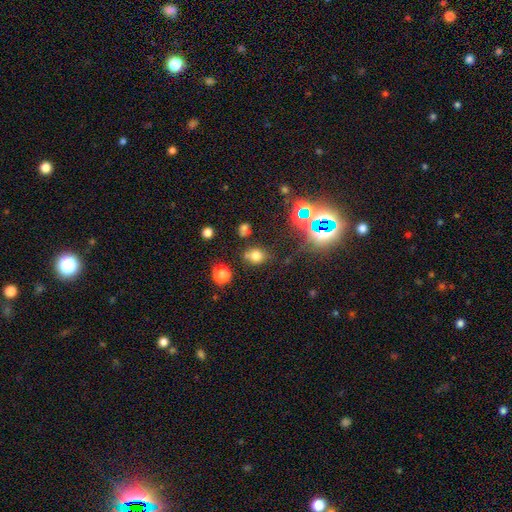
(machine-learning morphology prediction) Q: Smooth or featured?
A: smooth (68%); runner-up: star or artifact (23%)
Q: How rounded?
A: round (50%); runner-up: in between (49%)
Q: Merging?
A: none (70%); runner-up: minor disturbance (18%)